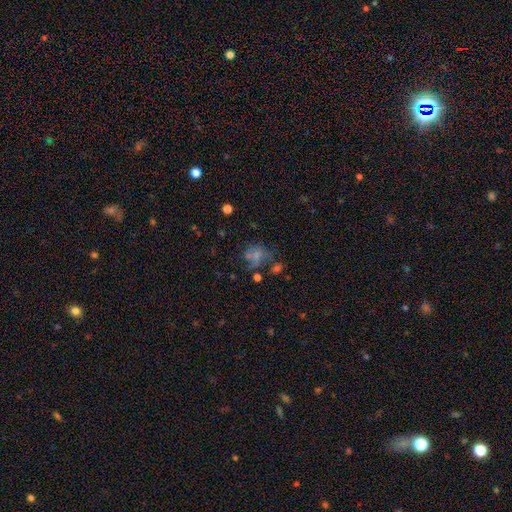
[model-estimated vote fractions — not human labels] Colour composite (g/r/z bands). It shows a smooth galaxy with no disk features (54%) that is round (53%). Merging: none (36%).